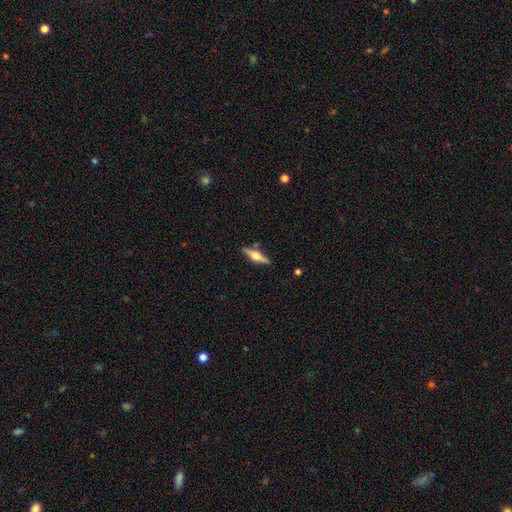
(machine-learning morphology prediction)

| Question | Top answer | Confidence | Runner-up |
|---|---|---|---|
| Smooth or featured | featured or disk | 70% | smooth (24%) |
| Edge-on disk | yes | 97% | no (3%) |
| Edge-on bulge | rounded | 93% | boxy (5%) |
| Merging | none | 84% | minor disturbance (10%) |